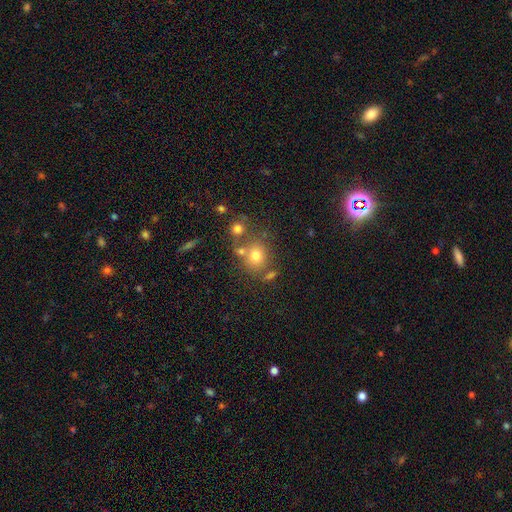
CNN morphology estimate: A smooth galaxy with no disk features (72%) that is round (76%). Merging: none (62%).